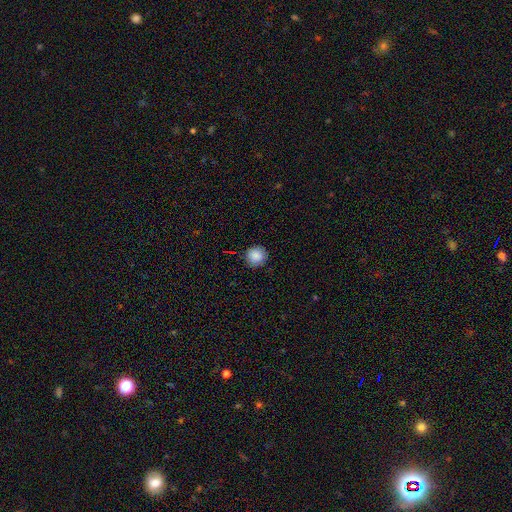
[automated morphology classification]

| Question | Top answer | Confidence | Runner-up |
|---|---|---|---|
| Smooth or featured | smooth | 87% | star or artifact (9%) |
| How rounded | round | 94% | in between (5%) |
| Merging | none | 89% | minor disturbance (8%) |